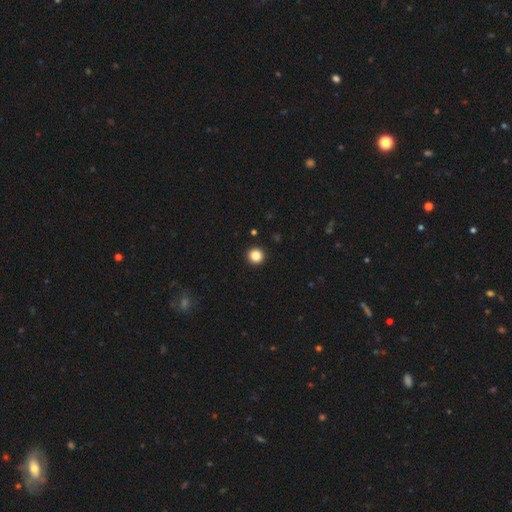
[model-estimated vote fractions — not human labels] Smooth or featured? Predicted: smooth (p=0.86). How rounded? Predicted: round (p=0.95). Merging? Predicted: none (p=0.93).